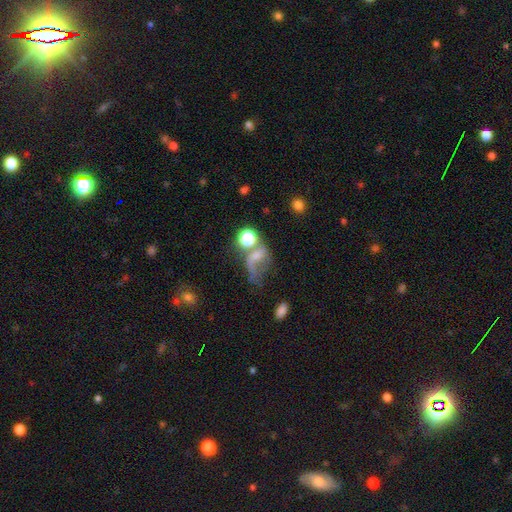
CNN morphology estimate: Overall: featured or disk (42%; smooth 37%). Merging: major disturbance (36%; none 25%).